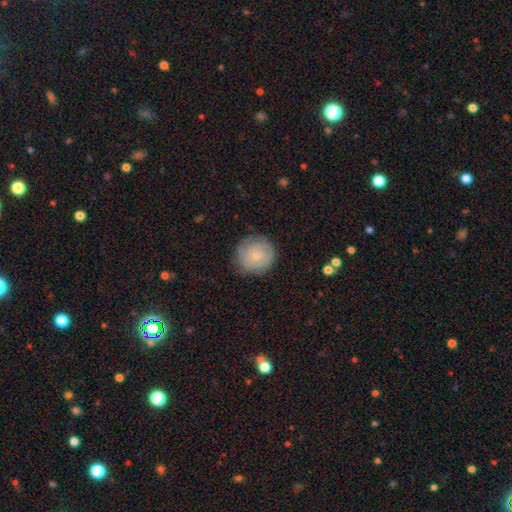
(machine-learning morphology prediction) smooth_or_featured: smooth (p=0.55) [alt: featured or disk p=0.37]
how_rounded: round (p=0.92) [alt: in between p=0.07]
merging: none (p=0.80) [alt: minor disturbance p=0.15]